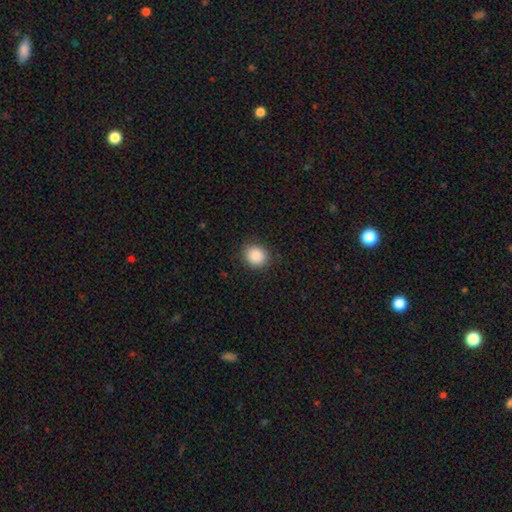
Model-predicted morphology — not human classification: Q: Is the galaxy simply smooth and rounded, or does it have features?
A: smooth — 88%.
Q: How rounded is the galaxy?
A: round — 81%.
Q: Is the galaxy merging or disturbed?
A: none — 88%.